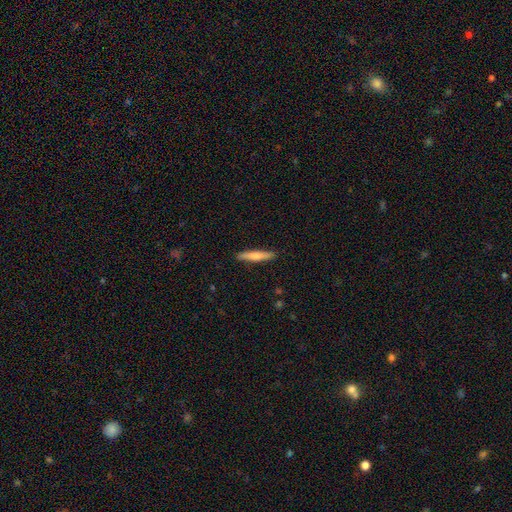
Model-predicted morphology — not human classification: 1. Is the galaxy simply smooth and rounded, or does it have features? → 70% smooth, 24% featured or disk, 5% star or artifact.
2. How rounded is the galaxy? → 92% cigar-shaped, 7% in between, 1% round.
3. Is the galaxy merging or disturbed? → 90% none, 7% minor disturbance, 2% major disturbance, 1% merger.